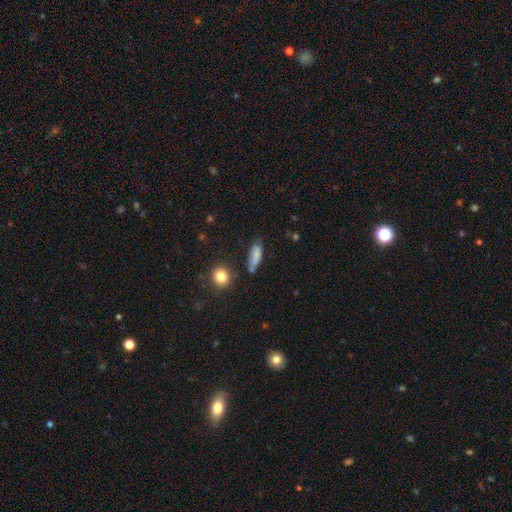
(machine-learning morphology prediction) Smooth or featured: smooth — 75% (featured or disk — 16%)
How rounded: in between — 67% (cigar-shaped — 29%)
Merging: none — 50% (minor disturbance — 32%)